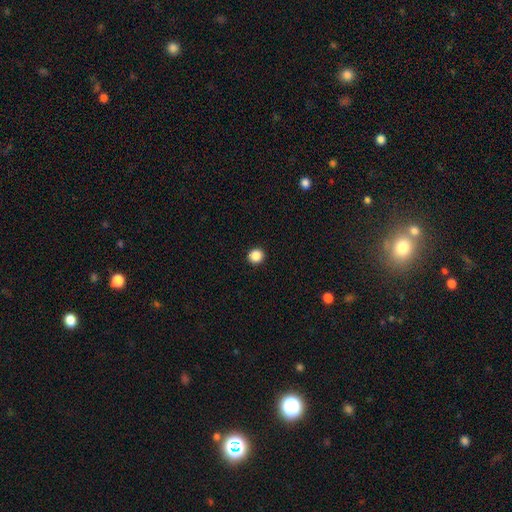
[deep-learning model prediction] Smooth or featured? Predicted: smooth (p=0.87). How rounded? Predicted: round (p=0.94). Merging? Predicted: none (p=0.94).